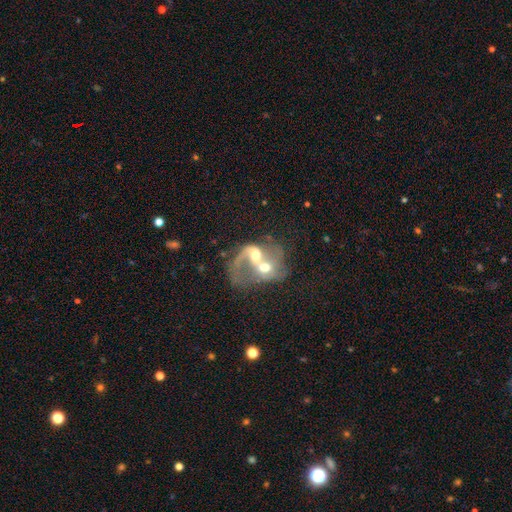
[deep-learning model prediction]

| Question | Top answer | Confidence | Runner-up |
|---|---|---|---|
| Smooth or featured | featured or disk | 69% | smooth (23%) |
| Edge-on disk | no | 97% | yes (3%) |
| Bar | no | 64% | weak (28%) |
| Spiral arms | yes | 69% | no (31%) |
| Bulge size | moderate | 64% | small (17%) |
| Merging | merger | 80% | major disturbance (10%) |